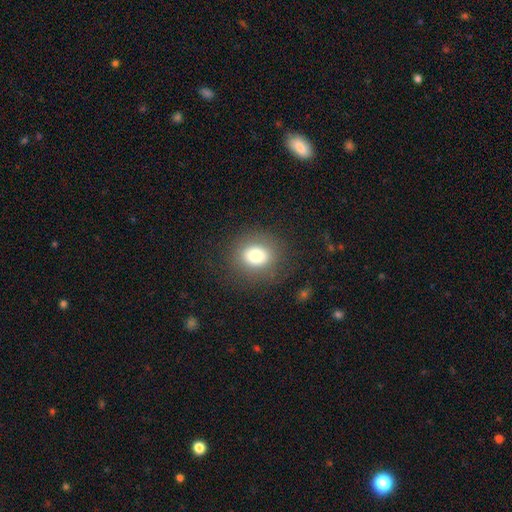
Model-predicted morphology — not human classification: smooth_or_featured: smooth (p=0.74) [alt: featured or disk p=0.14]
how_rounded: round (p=0.76) [alt: in between p=0.23]
merging: none (p=0.83) [alt: minor disturbance p=0.10]